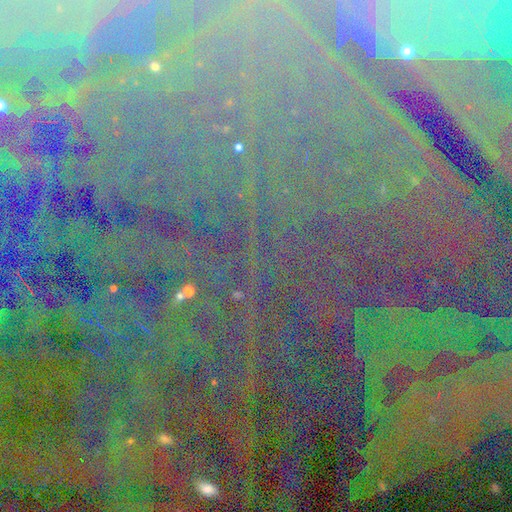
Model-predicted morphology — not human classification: This is clearly a star or artifact rather than a galaxy (86%).